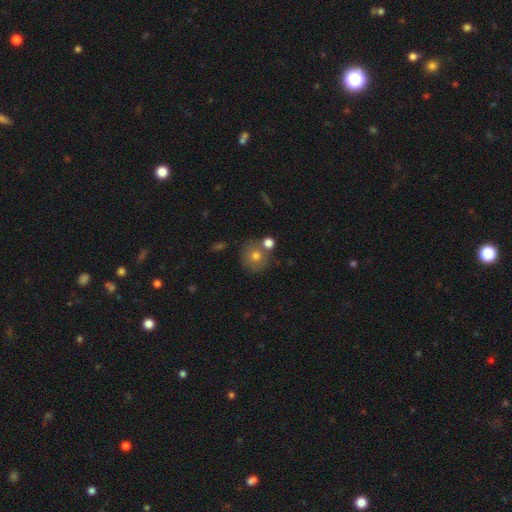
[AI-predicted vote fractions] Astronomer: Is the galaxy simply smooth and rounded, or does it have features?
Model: smooth — 73%.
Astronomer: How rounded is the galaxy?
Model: round — 88%.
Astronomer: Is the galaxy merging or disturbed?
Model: none — 62%.